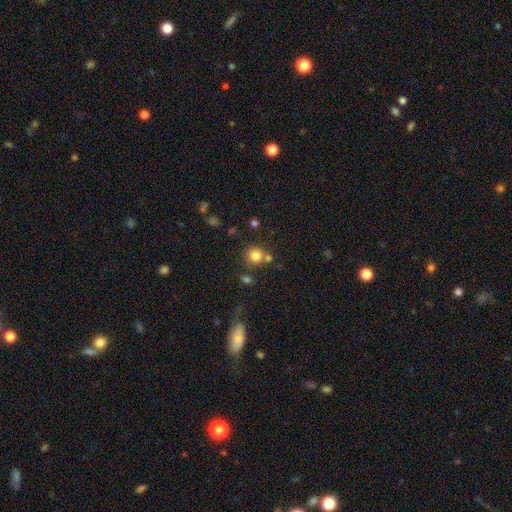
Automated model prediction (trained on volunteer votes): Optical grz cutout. It shows a smooth galaxy with no disk features (80%) that is round (91%). Merging: none (69%).